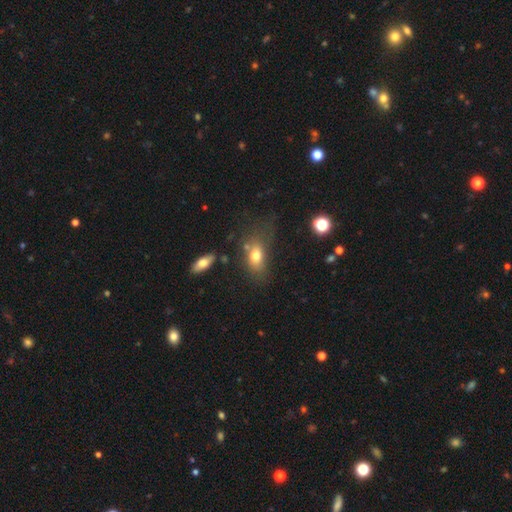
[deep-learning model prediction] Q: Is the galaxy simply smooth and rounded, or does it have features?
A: smooth — 73%.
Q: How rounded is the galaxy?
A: in between — 81%.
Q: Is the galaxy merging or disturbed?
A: none — 51%.